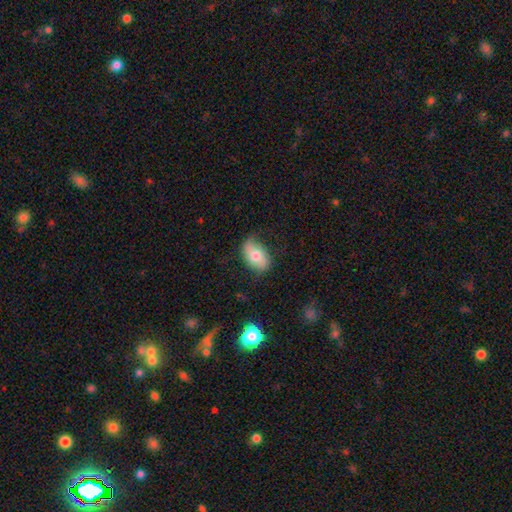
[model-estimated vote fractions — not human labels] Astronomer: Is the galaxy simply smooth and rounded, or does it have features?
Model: smooth — 64%.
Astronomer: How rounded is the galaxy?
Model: in between — 89%.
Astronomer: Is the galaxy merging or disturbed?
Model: none — 70%.